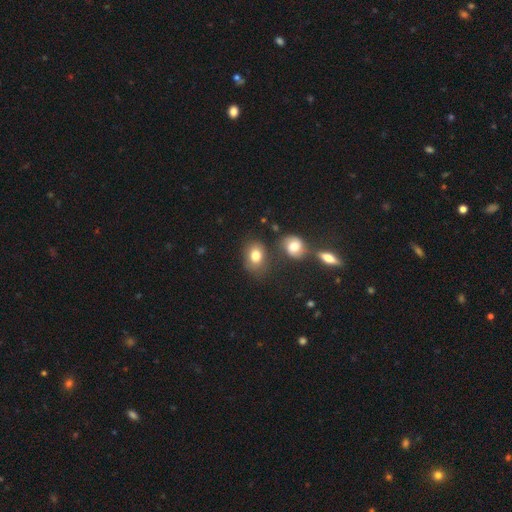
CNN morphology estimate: A smooth galaxy with no disk features (79%) that is in between round and cigar-shaped (61%). Merging: none (67%).